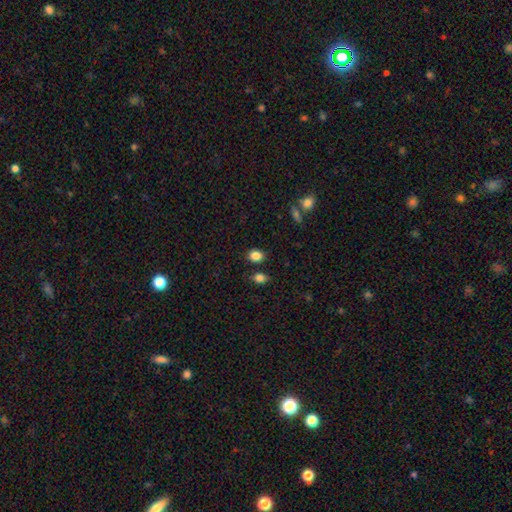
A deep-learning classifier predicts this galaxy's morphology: This is clearly a smooth galaxy (86%). How rounded: possibly in between (53%). Merging: clearly none (82%).